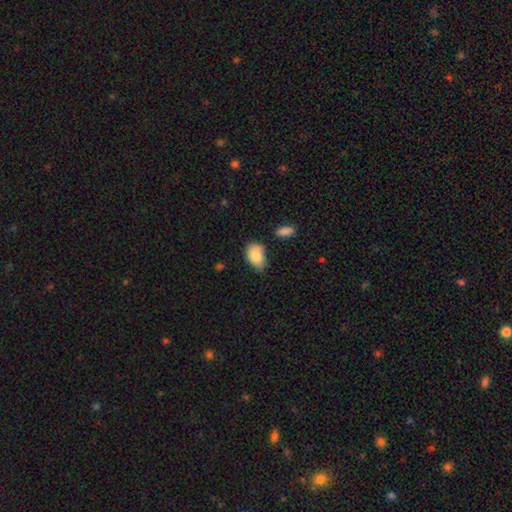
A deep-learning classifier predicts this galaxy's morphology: Smooth or featured: smooth — 85% (featured or disk — 8%)
How rounded: in between — 89% (round — 9%)
Merging: none — 62% (minor disturbance — 27%)